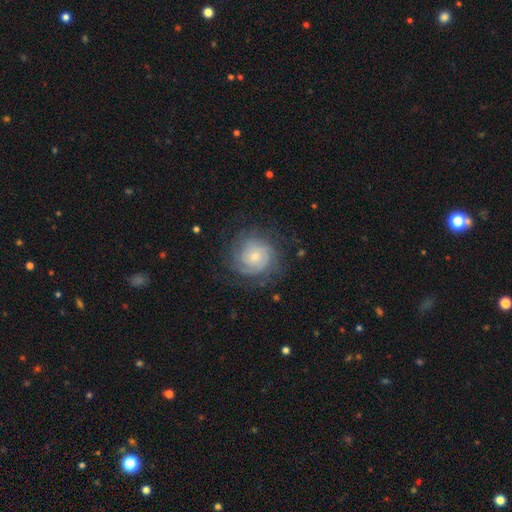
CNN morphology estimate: Smooth or featured?
  - featured or disk: 70% *
  - smooth: 22%
  - star or artifact: 8%
Edge-on disk?
  - no: 98% *
  - yes: 2%
Bar?
  - no: 77% *
  - weak: 20%
  - strong: 3%
Spiral arms?
  - yes: 92% *
  - no: 8%
Spiral winding?
  - tight: 69% *
  - medium: 23%
  - loose: 7%
Spiral arm count?
  - can't tell: 43% *
  - 2: 18%
  - 3: 17%
  - 4: 10%
  - 1: 6%
  - more than 4: 6%
Bulge size?
  - small: 66% *
  - moderate: 28%
  - large: 3%
  - none: 2%
  - dominant: 1%
Merging?
  - none: 75% *
  - minor disturbance: 15%
  - major disturbance: 9%
  - merger: 1%